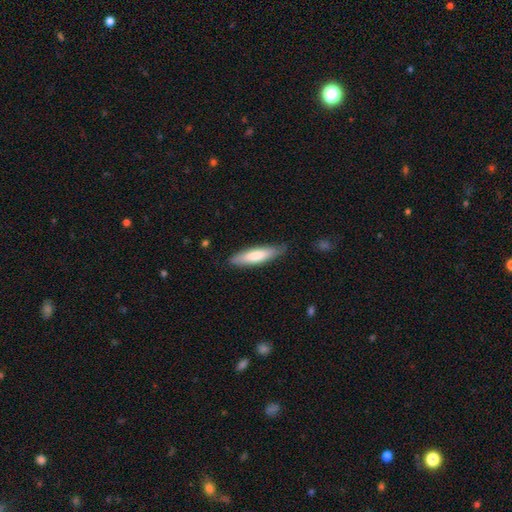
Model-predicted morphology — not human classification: smooth 75%, featured or disk 20%, star or artifact 5%. Down the decision tree: how rounded — cigar-shaped (68%); merging — none (81%).